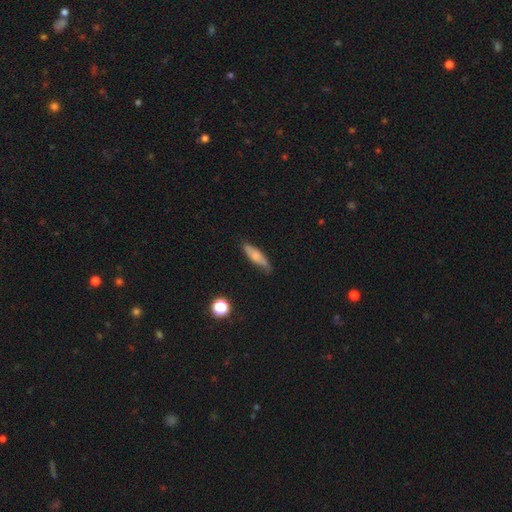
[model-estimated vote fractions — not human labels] A smooth galaxy with no disk features (66%) that is cigar-shaped (61%).

Vote fractions:
- Smooth or featured? smooth: 66% / featured or disk: 27% / star or artifact: 8%
- How rounded? cigar-shaped: 61% / in between: 37% / round: 2%
- Merging? none: 71% / minor disturbance: 23% / major disturbance: 4% / merger: 2%